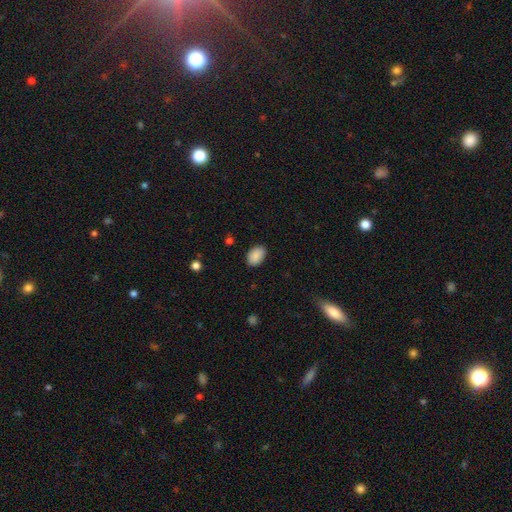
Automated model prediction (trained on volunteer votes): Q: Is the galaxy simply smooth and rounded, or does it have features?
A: smooth — 89%.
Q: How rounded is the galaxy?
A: in between — 87%.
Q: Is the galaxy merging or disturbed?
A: none — 85%.